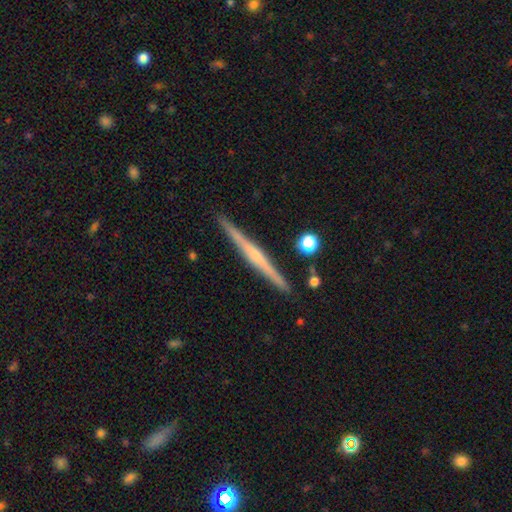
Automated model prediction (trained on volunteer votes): This appears to be a featured or disk galaxy (74%) viewed edge-on (98%) with a rounded central bulge (58%). Merging: none (91%).